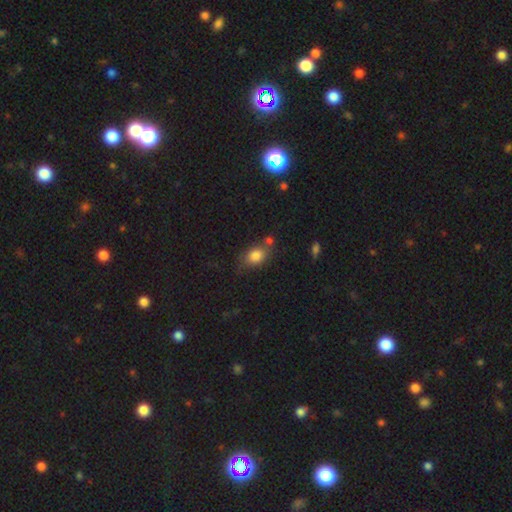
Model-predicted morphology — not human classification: smooth-or-featured: smooth: 82% | star or artifact: 10% | featured or disk: 9%
  how-rounded: in between: 71% | round: 27% | cigar-shaped: 2%
  merging: none: 59% | minor disturbance: 20% | merger: 15% | major disturbance: 7%